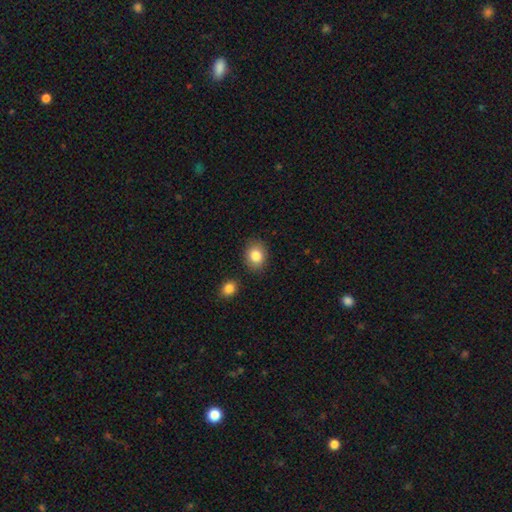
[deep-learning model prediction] smooth_or_featured: smooth (p=0.85) [alt: star or artifact p=0.08]
how_rounded: round (p=0.53) [alt: in between p=0.46]
merging: none (p=0.85) [alt: minor disturbance p=0.10]